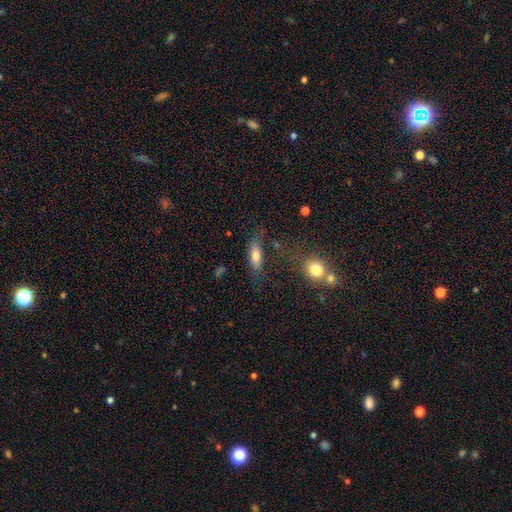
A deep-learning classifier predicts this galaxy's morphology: Q: Smooth or featured?
A: smooth (74%); runner-up: featured or disk (17%)
Q: How rounded?
A: in between (66%); runner-up: cigar-shaped (29%)
Q: Merging?
A: none (66%); runner-up: minor disturbance (18%)